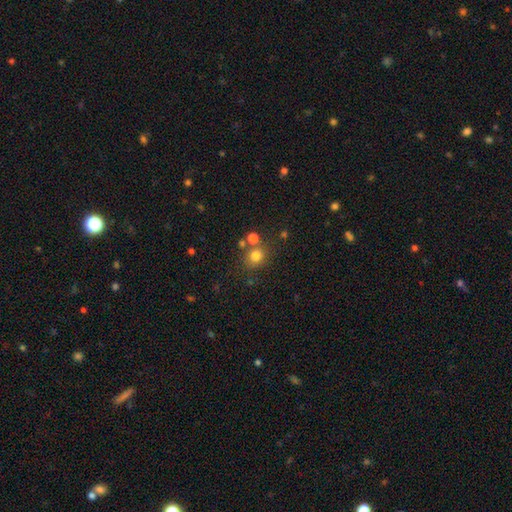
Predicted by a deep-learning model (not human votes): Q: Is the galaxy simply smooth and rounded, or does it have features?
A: smooth — 78%.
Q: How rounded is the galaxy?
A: round — 81%.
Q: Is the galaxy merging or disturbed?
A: none — 69%.